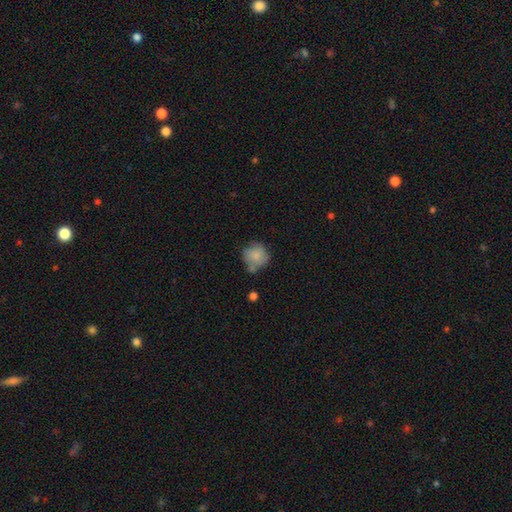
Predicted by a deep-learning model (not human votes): Smooth or featured: smooth — 76% (featured or disk — 16%)
How rounded: round — 85% (in between — 14%)
Merging: none — 53% (minor disturbance — 25%)